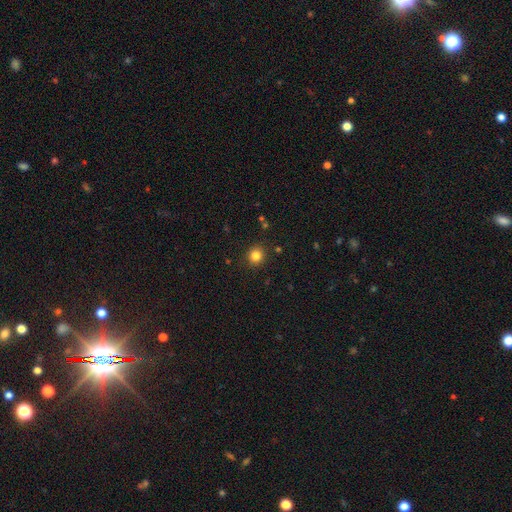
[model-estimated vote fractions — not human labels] Smooth or featured?
  - smooth: 83% *
  - star or artifact: 12%
  - featured or disk: 5%
How rounded?
  - round: 88% *
  - in between: 11%
  - cigar-shaped: 1%
Merging?
  - none: 90% *
  - minor disturbance: 6%
  - major disturbance: 2%
  - merger: 1%